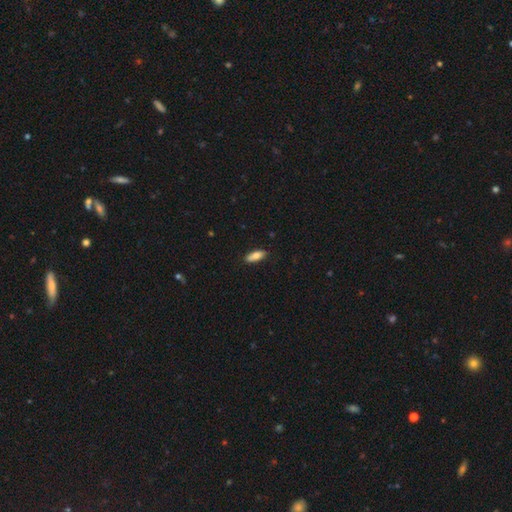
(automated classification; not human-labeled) This appears to be a smooth galaxy with no disk features (77%) that is in between round and cigar-shaped (68%). Merging: none (85%).